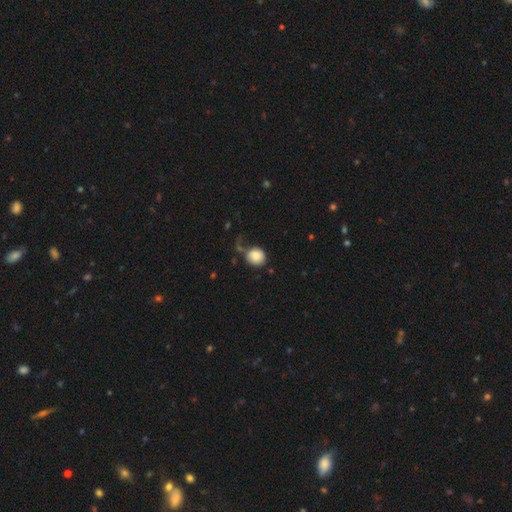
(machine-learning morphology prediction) The model was most divided on "merging": none: 55%, minor disturbance: 22%, major disturbance: 14%, merger: 9%. More confident: how rounded — round (85%); smooth or featured — smooth (82%).